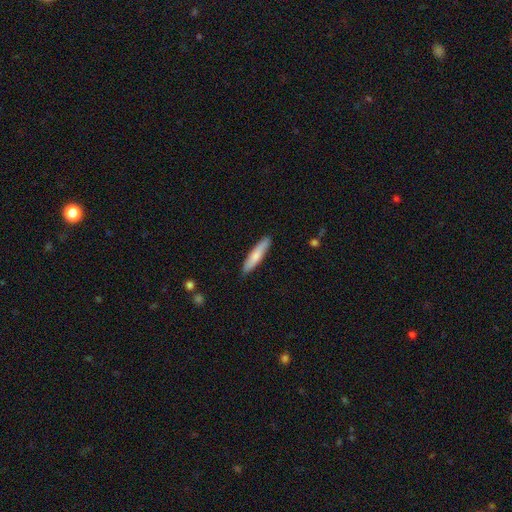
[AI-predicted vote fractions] Morphology: type=smooth (72%); roundness=cigar-shaped (85%); merging=none (88%).